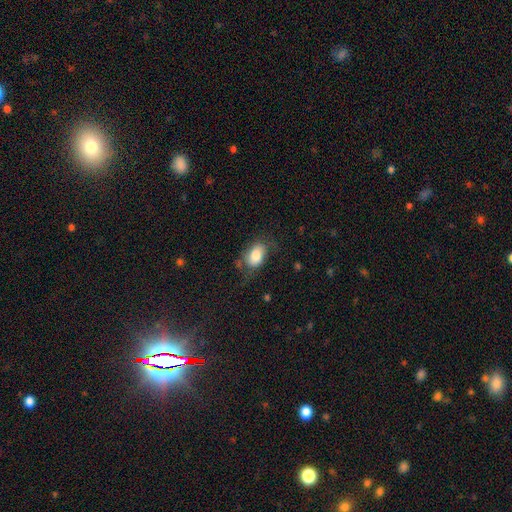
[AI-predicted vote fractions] Smooth or featured: smooth — 78% (featured or disk — 15%)
How rounded: in between — 83% (round — 15%)
Merging: none — 56% (minor disturbance — 28%)